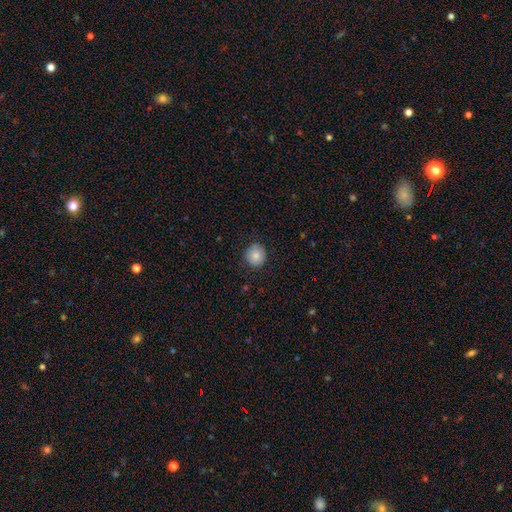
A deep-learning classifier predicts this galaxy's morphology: Smooth or featured? smooth (83%)
How rounded? round (85%)
Merging? none (85%)